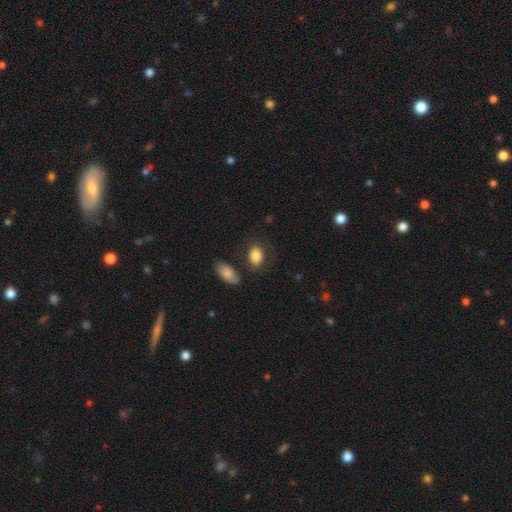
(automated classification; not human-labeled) Smooth or featured: smooth — 83% (featured or disk — 9%)
How rounded: in between — 84% (round — 15%)
Merging: none — 70% (minor disturbance — 15%)